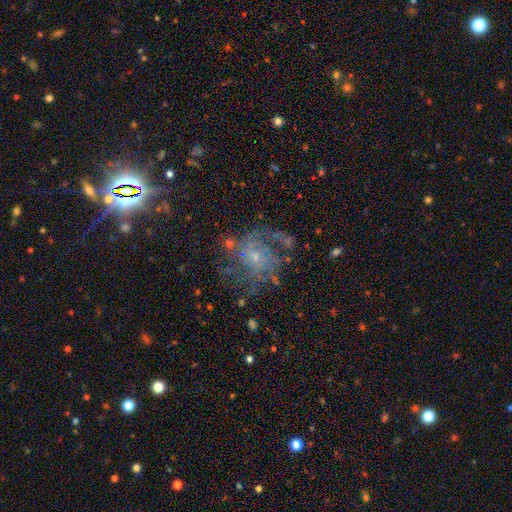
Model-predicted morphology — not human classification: This appears to be a featured or disk galaxy (71%) with no bar (70%), medium (40%) spiral arms (83%) and a small central bulge (69%). Merging: none (56%).